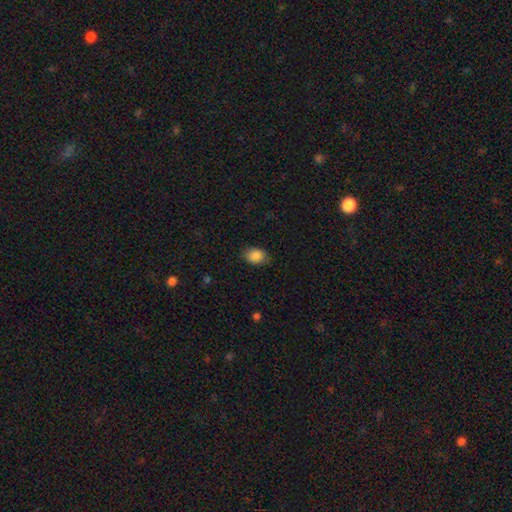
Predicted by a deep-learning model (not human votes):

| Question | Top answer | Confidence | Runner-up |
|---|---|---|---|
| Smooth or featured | smooth | 87% | star or artifact (8%) |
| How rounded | in between | 75% | round (24%) |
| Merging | none | 79% | minor disturbance (17%) |